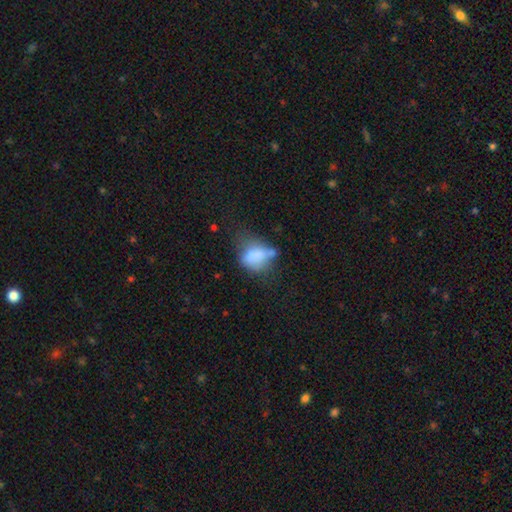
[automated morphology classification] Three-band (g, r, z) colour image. It shows a smooth galaxy with no disk features (64%) that is in between round and cigar-shaped (69%). Merging: major disturbance (30%).